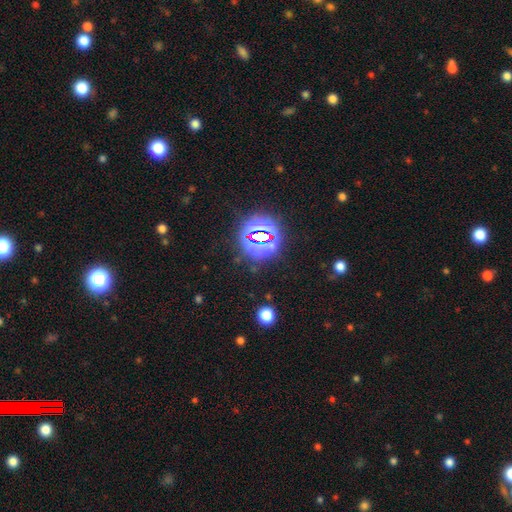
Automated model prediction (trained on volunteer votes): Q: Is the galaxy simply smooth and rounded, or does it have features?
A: star or artifact — 81%.